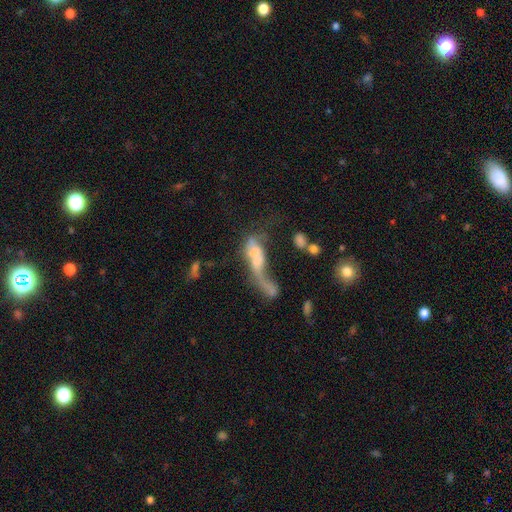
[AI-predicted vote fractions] smooth_or_featured: featured or disk (p=0.45) [alt: smooth p=0.43]
merging: merger (p=0.51) [alt: major disturbance p=0.31]